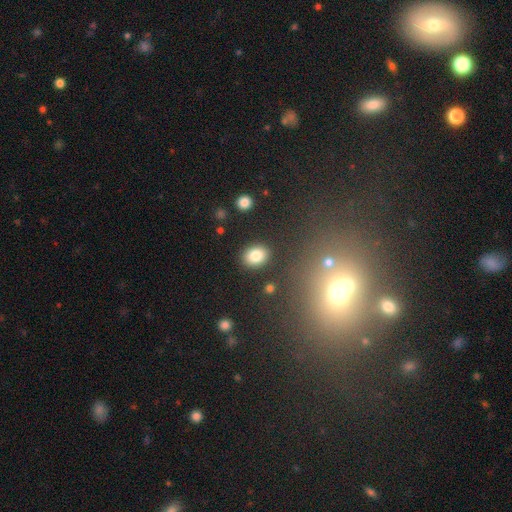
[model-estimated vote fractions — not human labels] Morphology: type=smooth (83%); roundness=in between (61%); merging=none (86%).